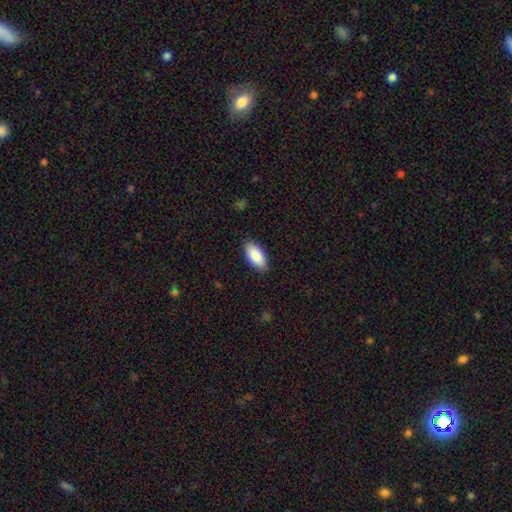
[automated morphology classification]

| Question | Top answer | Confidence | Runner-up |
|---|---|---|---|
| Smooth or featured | smooth | 88% | featured or disk (6%) |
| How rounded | in between | 92% | cigar-shaped (6%) |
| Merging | none | 88% | minor disturbance (9%) |